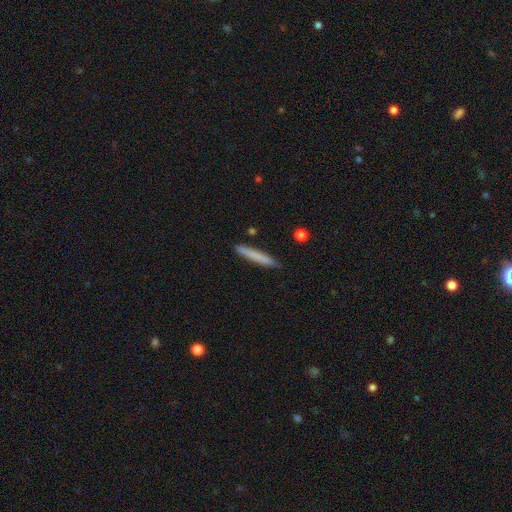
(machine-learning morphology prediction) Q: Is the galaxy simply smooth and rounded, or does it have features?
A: smooth — 72%.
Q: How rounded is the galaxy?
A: cigar-shaped — 96%.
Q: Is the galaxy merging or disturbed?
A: none — 87%.